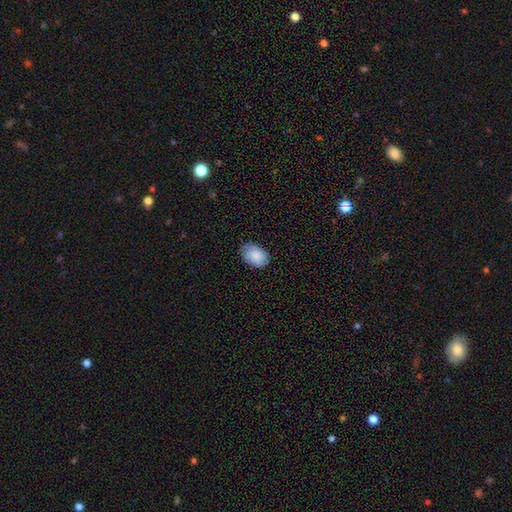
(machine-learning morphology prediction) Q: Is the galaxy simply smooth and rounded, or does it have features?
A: smooth — 82%.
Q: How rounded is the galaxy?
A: in between — 82%.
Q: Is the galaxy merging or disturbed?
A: none — 77%.